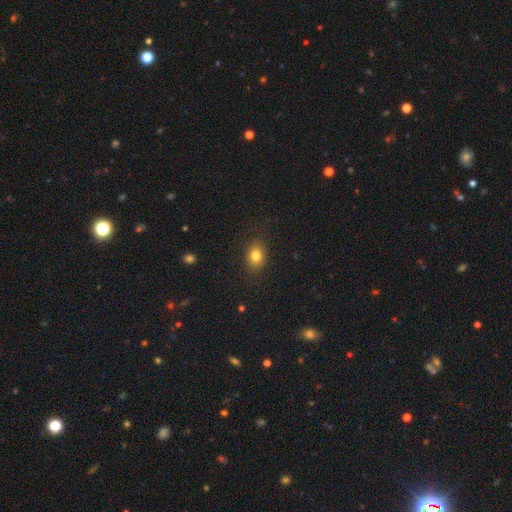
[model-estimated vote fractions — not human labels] smooth 82%, star or artifact 11%, featured or disk 8%. Down the decision tree: how rounded — in between (59%); merging — none (86%).